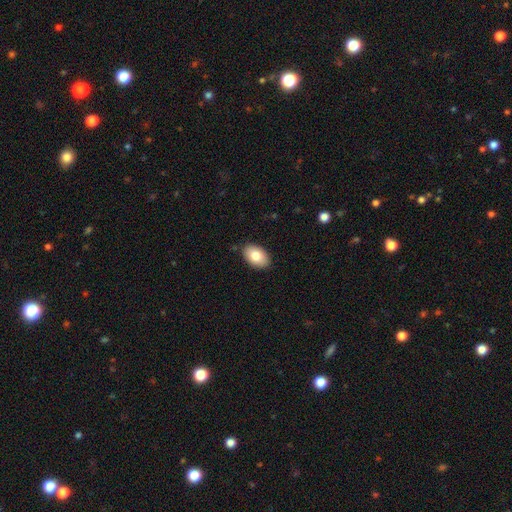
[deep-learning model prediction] A smooth galaxy with no disk features (82%) that is in between round and cigar-shaped (90%). Merging: none (87%).